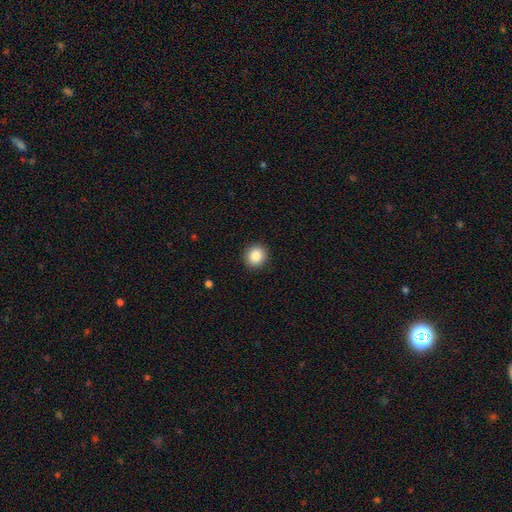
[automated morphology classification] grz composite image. It shows a smooth galaxy with no disk features (87%) that is round (82%). Merging: none (91%).